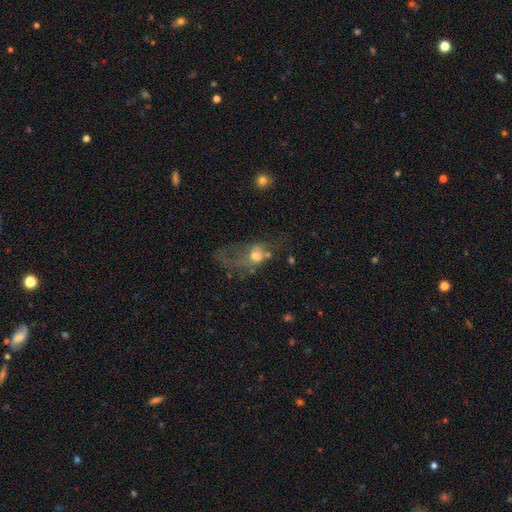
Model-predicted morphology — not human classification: Smooth or featured?
  - featured or disk: 44% *
  - smooth: 40%
  - star or artifact: 16%
Merging?
  - major disturbance: 44% *
  - none: 27%
  - minor disturbance: 16%
  - merger: 13%